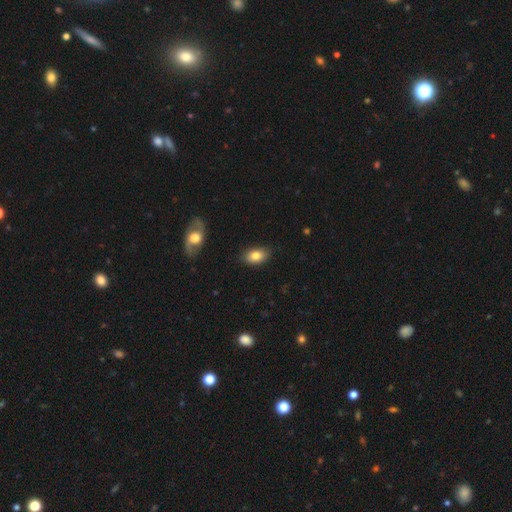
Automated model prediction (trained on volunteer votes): A smooth galaxy with no disk features (80%) that is in between round and cigar-shaped (89%). Merging: none (85%).